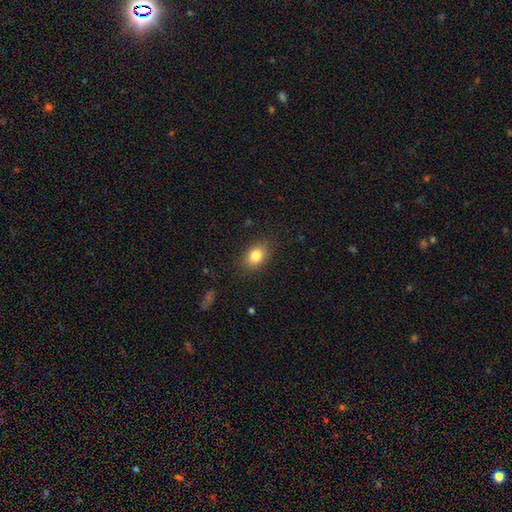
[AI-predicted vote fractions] Smooth or featured: smooth — 83% (star or artifact — 9%)
How rounded: in between — 76% (round — 23%)
Merging: none — 85% (minor disturbance — 11%)